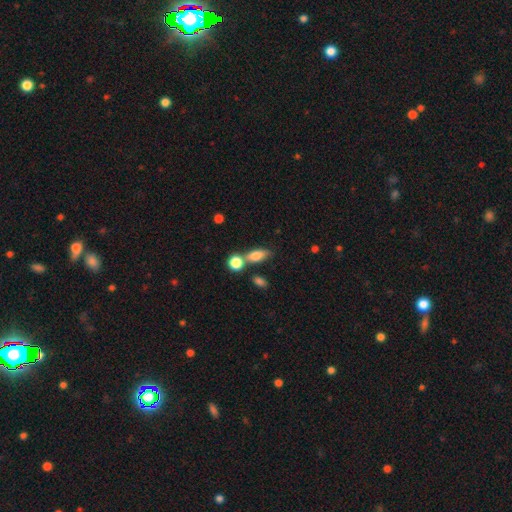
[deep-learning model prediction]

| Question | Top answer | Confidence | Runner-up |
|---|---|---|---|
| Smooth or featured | smooth | 77% | featured or disk (13%) |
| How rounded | in between | 72% | cigar-shaped (17%) |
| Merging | none | 56% | merger (26%) |